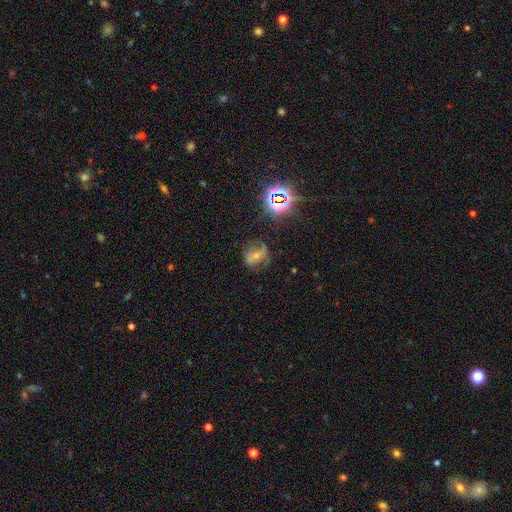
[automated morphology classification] This is marginally a featured or disk galaxy (43%). Merging: possibly none (55%).